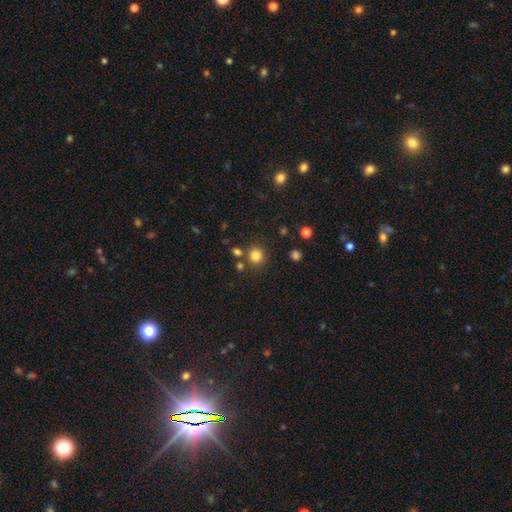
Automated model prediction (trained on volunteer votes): Overall: smooth (81%). How rounded: round (91%). Merging: none (80%).